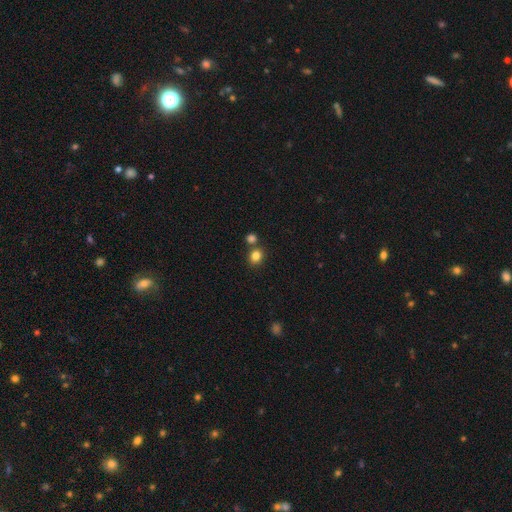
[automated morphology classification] smooth 83%, star or artifact 12%, featured or disk 6%. Down the decision tree: how rounded — round (65%); merging — none (69%).